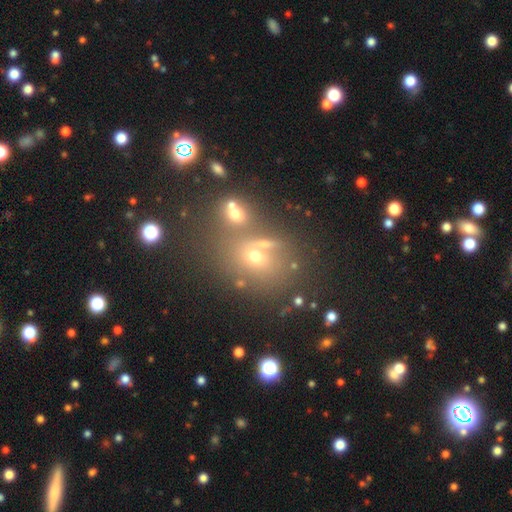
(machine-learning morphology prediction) type=smooth (59%); roundness=round (59%); merging=none (52%).